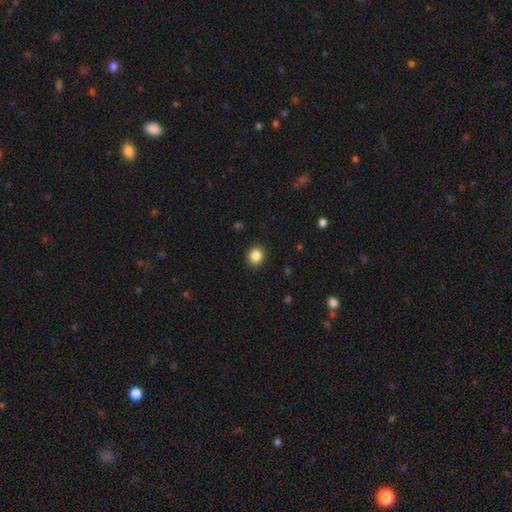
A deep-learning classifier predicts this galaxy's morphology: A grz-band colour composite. It shows a smooth galaxy with no disk features (86%) that is round (80%). Merging: none (90%).